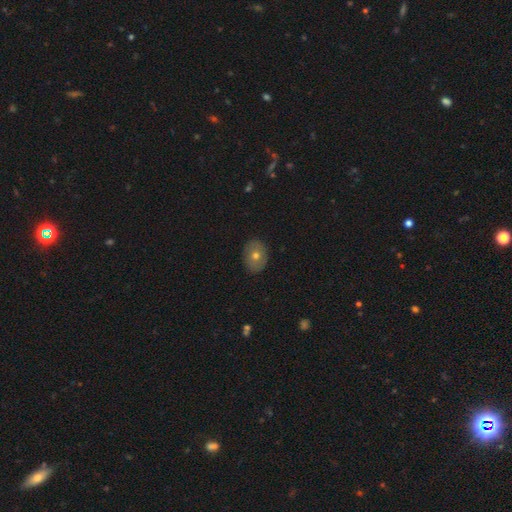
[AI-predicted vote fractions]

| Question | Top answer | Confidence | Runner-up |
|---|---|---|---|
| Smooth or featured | smooth | 61% | featured or disk (29%) |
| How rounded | in between | 63% | round (36%) |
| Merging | none | 88% | minor disturbance (9%) |